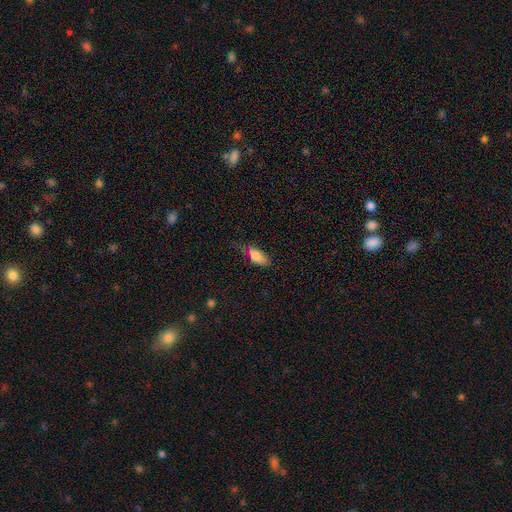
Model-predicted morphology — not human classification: Smooth or featured? smooth (83%)
How rounded? in between (82%)
Merging? none (50%)